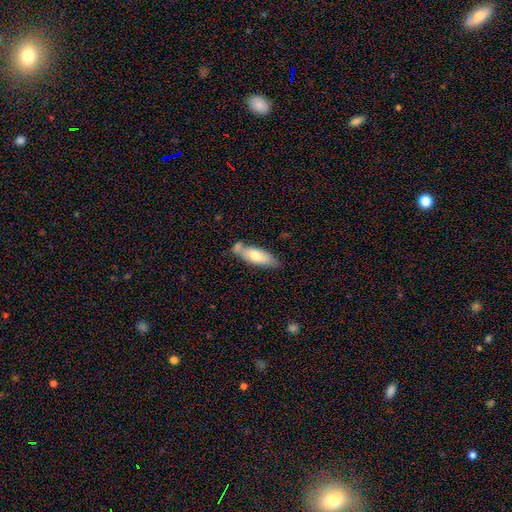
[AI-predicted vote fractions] Overall: smooth (65%; featured or disk 29%). How rounded: in between (66%; cigar-shaped 32%). Merging: none (54%; minor disturbance 21%).